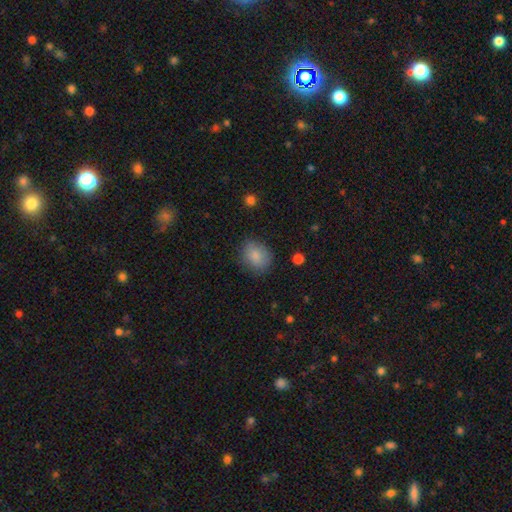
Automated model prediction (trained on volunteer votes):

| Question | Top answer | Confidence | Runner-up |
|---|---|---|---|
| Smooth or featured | smooth | 85% | star or artifact (8%) |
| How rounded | round | 51% | in between (48%) |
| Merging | none | 77% | minor disturbance (17%) |